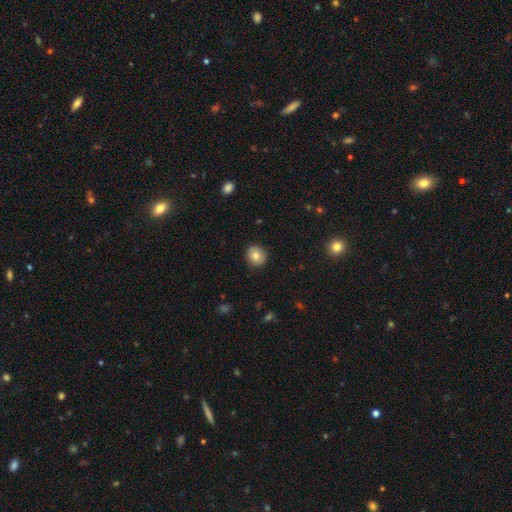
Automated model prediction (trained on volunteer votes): A smooth galaxy with no disk features (81%) that is round (83%). Merging: none (87%).